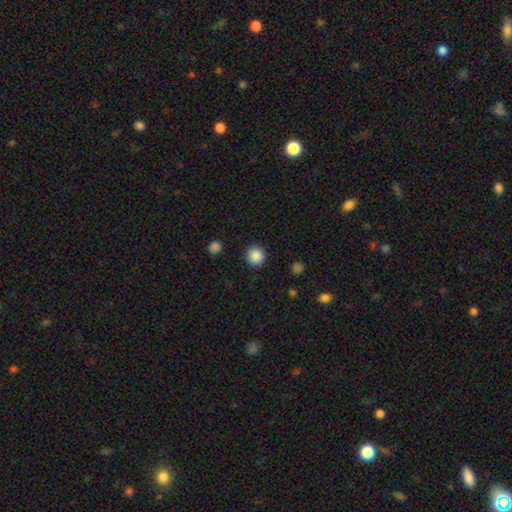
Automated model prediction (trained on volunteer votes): Smooth or featured? smooth (88%)
How rounded? round (94%)
Merging? none (91%)